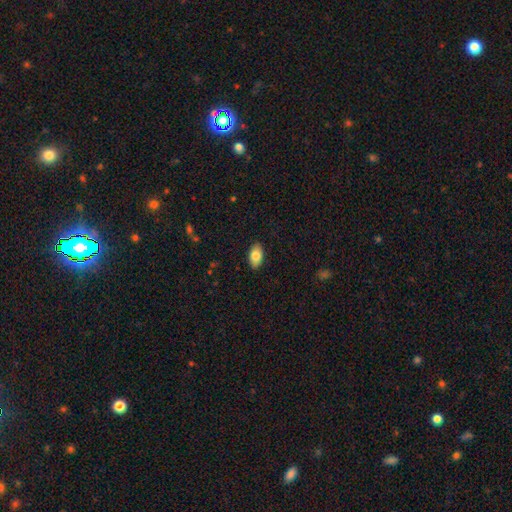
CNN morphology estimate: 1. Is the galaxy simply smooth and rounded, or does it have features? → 83% smooth, 10% featured or disk, 7% star or artifact.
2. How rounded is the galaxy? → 93% in between, 4% round, 3% cigar-shaped.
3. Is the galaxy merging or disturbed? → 89% none, 8% minor disturbance, 2% major disturbance, 1% merger.